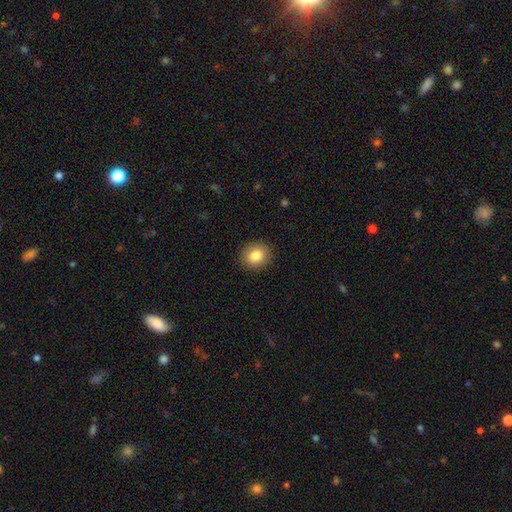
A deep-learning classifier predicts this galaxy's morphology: Smooth or featured? Predicted: smooth (p=0.84). How rounded? Predicted: round (p=0.79). Merging? Predicted: none (p=0.91).